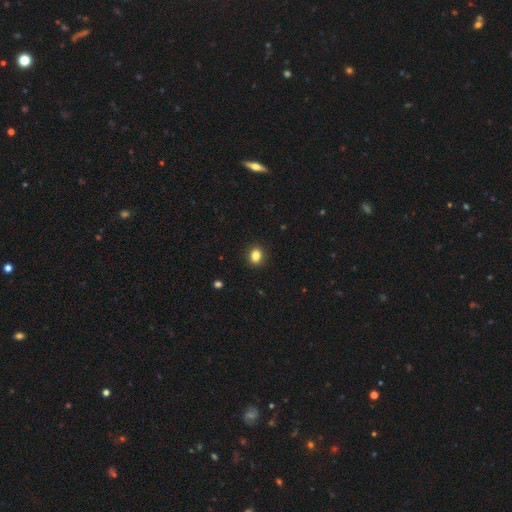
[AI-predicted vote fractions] This is clearly a smooth galaxy (84%). How rounded: possibly round (54%). Merging: clearly none (91%).